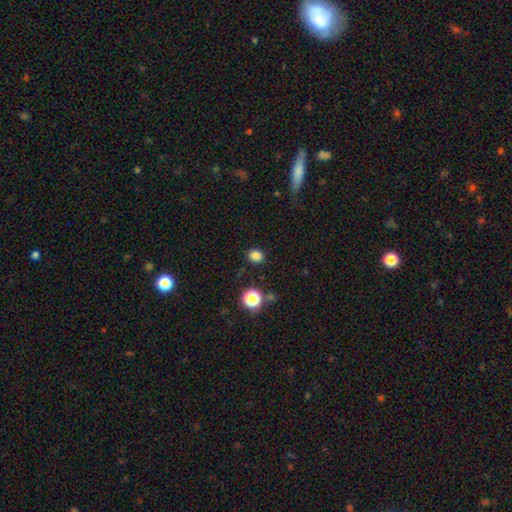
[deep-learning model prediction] A smooth galaxy with no disk features (82%) that is round (69%).

Vote fractions:
- Smooth or featured? smooth: 82% / star or artifact: 14% / featured or disk: 4%
- How rounded? round: 69% / in between: 30% / cigar-shaped: 1%
- Merging? none: 88% / minor disturbance: 8% / major disturbance: 3% / merger: 2%